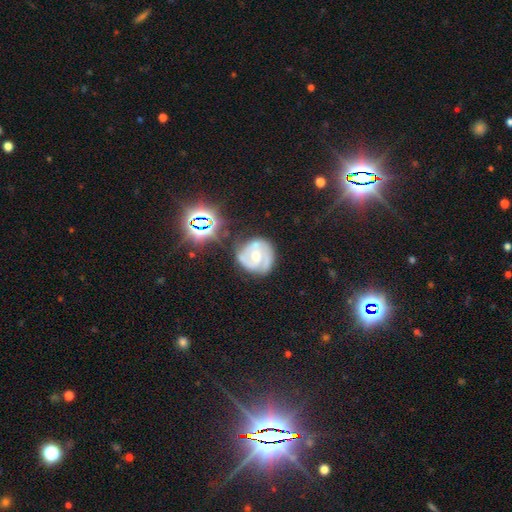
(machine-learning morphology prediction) Smooth or featured? featured or disk (79%)
Edge-on disk? no (98%)
Bar? no (46%)
Spiral arms? yes (93%)
Spiral winding? tight (49%)
Spiral arm count? 2 (62%)
Bulge size? moderate (60%)
Merging? none (64%)